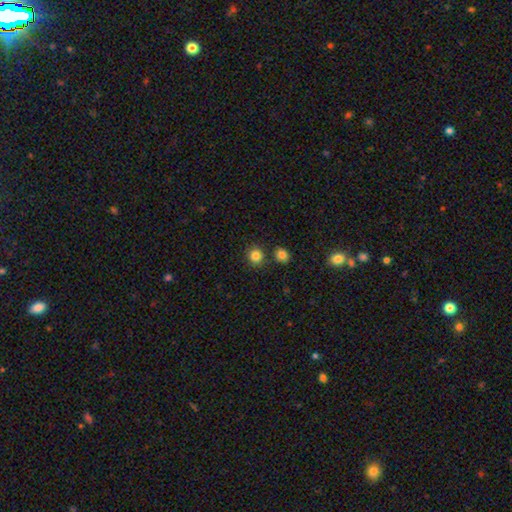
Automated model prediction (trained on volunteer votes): A smooth galaxy with no disk features (84%) that is round (86%).

Vote fractions:
- Smooth or featured? smooth: 84% / star or artifact: 11% / featured or disk: 5%
- How rounded? round: 86% / in between: 13% / cigar-shaped: 1%
- Merging? none: 82% / merger: 8% / minor disturbance: 7% / major disturbance: 2%